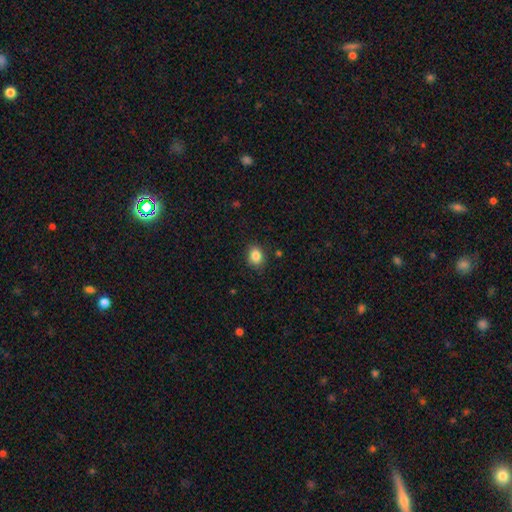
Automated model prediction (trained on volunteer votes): Smooth or featured? smooth (86%)
How rounded? in between (58%)
Merging? none (86%)